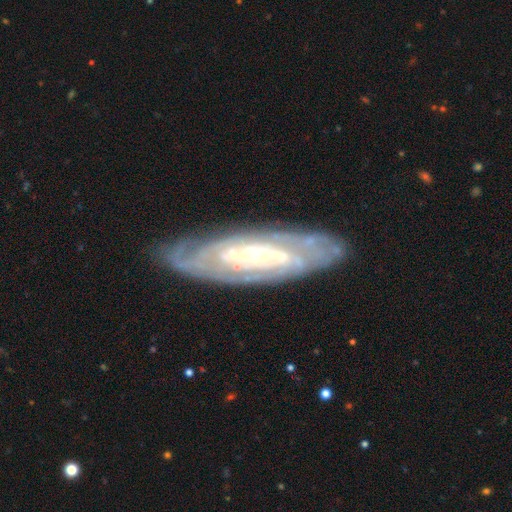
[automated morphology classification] smooth-or-featured: featured or disk: 81% | smooth: 13% | star or artifact: 6%
  disk-edge-on: no: 82% | yes: 18%
    bar: no: 56% | weak: 28% | strong: 16%
    has-spiral-arms: yes: 85% | no: 15%
      spiral-winding: tight: 73% | medium: 21% | loose: 6%
      spiral-arm-count: can't tell: 57% | 2: 18% | 3: 8% | 4: 7% | more than 4: 6% | 1: 4%
    bulge-size: small: 75% | moderate: 20% | large: 2% | none: 2% | dominant: 1%
  merging: none: 80% | minor disturbance: 14% | major disturbance: 4% | merger: 2%